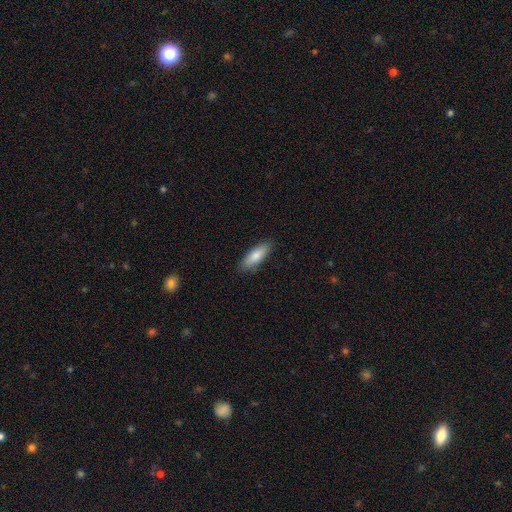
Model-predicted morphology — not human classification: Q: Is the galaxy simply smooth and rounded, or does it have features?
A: smooth — 79%.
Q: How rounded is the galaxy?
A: in between — 53%.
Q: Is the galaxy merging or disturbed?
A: none — 87%.